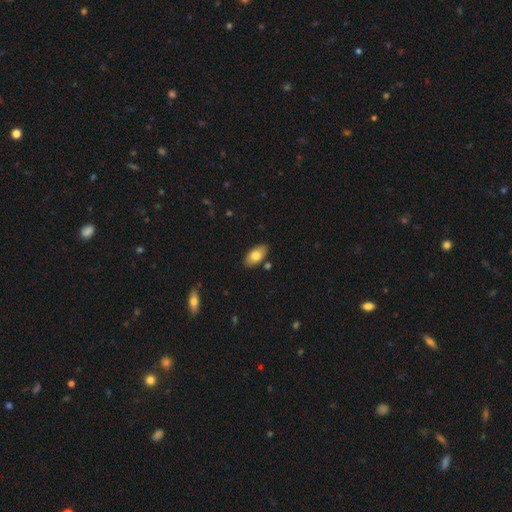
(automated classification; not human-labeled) Overall: smooth (77%). How rounded: in between (93%). Merging: none (85%).